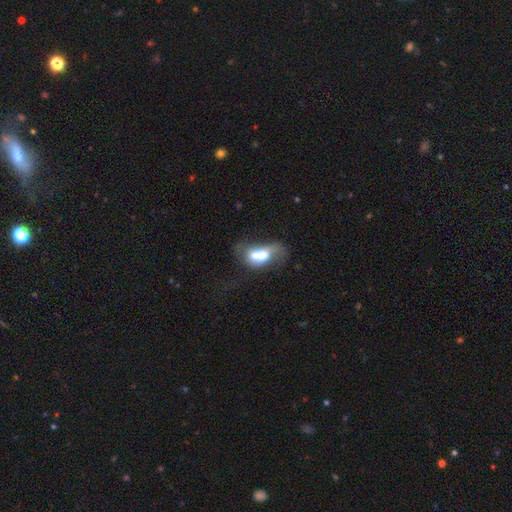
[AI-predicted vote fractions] A smooth galaxy with no disk features (55%) that is in between round and cigar-shaped (66%).

Vote fractions:
- Smooth or featured? smooth: 55% / featured or disk: 36% / star or artifact: 9%
- How rounded? in between: 66% / round: 32% / cigar-shaped: 3%
- Merging? merger: 74% / none: 10% / major disturbance: 10% / minor disturbance: 6%